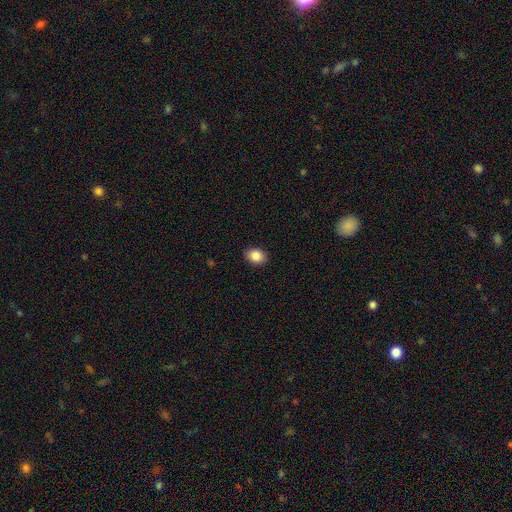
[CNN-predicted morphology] smooth-or-featured: smooth: 87% | star or artifact: 8% | featured or disk: 5%
  how-rounded: in between: 68% | round: 31% | cigar-shaped: 1%
  merging: none: 90% | minor disturbance: 8% | major disturbance: 2% | merger: 1%